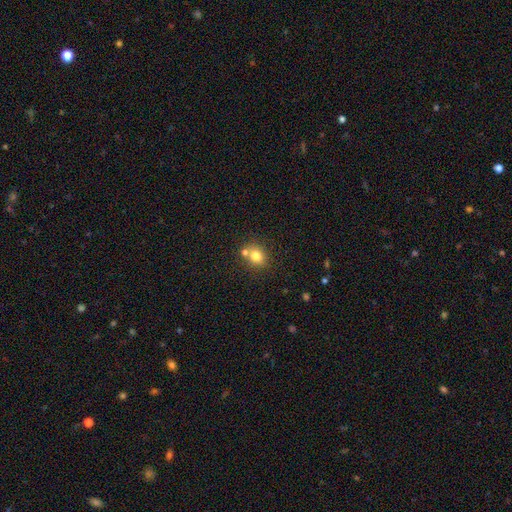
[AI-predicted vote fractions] Overall: smooth (78%). How rounded: round (65%; in between 34%). Merging: none (63%; merger 24%).